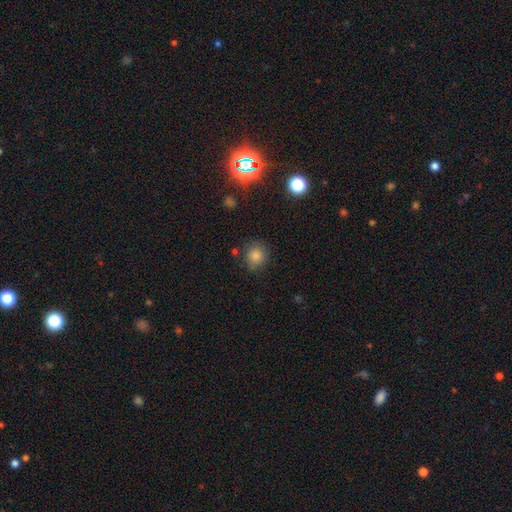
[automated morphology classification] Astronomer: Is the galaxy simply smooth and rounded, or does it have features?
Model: smooth — 82%.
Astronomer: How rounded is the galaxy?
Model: round — 88%.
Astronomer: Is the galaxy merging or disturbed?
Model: none — 80%.